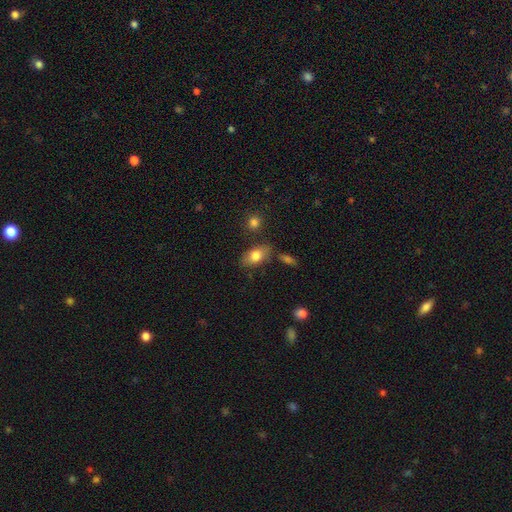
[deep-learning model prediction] Q: Smooth or featured?
A: smooth (78%); runner-up: featured or disk (14%)
Q: How rounded?
A: in between (88%); runner-up: round (8%)
Q: Merging?
A: none (74%); runner-up: minor disturbance (15%)